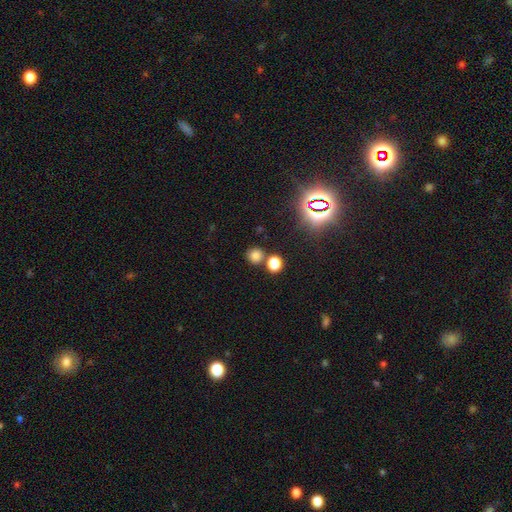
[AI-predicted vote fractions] smooth 74%, star or artifact 20%, featured or disk 6%. Down the decision tree: how rounded — round (88%); merging — none (73%).